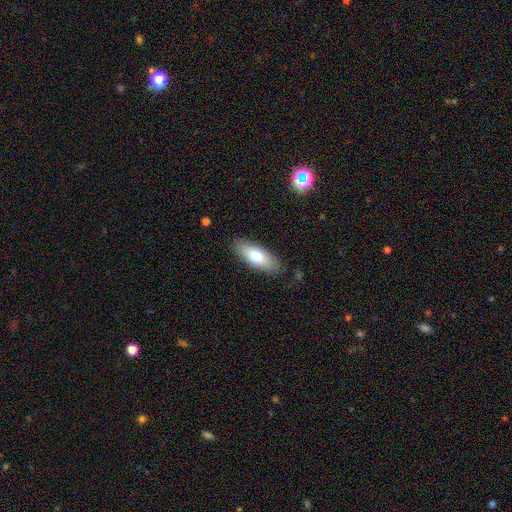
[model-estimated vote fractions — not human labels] The model was most divided on "smooth or featured": smooth: 71%, featured or disk: 22%, star or artifact: 6%. More confident: merging — none (86%); how rounded — in between (75%).